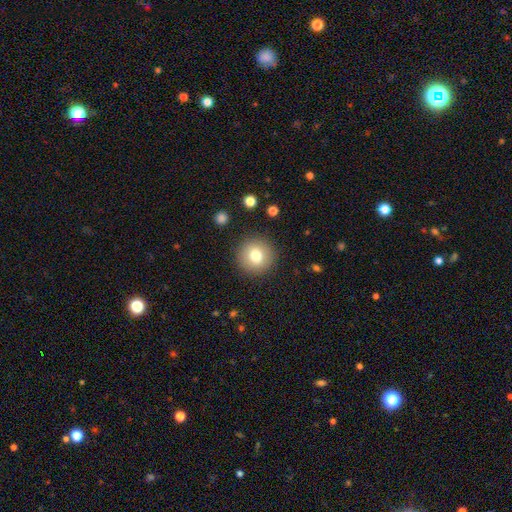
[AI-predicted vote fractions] A smooth galaxy with no disk features (77%) that is round (95%).

Vote fractions:
- Smooth or featured? smooth: 77% / featured or disk: 12% / star or artifact: 11%
- How rounded? round: 95% / in between: 4% / cigar-shaped: 1%
- Merging? none: 90% / minor disturbance: 6% / major disturbance: 3% / merger: 1%